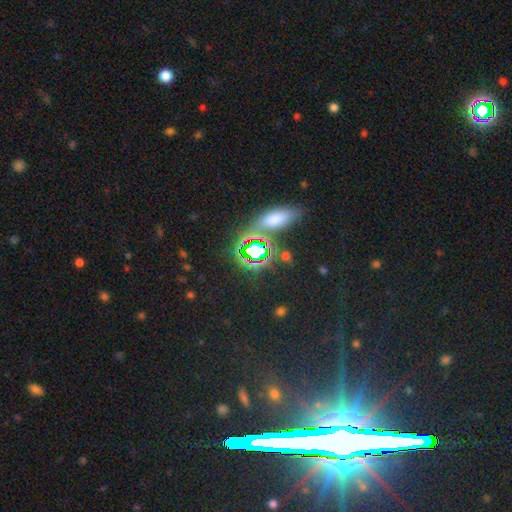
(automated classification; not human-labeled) Smooth or featured?
  - star or artifact: 42% *
  - smooth: 37%
  - featured or disk: 21%